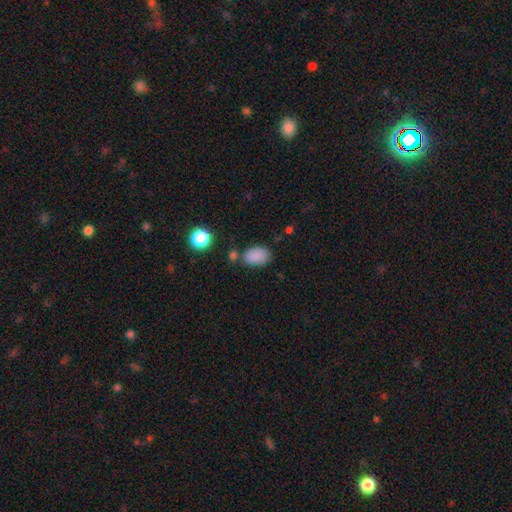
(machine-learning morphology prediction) smooth-or-featured: smooth: 86% | star or artifact: 10% | featured or disk: 5%
  how-rounded: in between: 87% | round: 12% | cigar-shaped: 1%
  merging: none: 67% | minor disturbance: 18% | merger: 10% | major disturbance: 5%